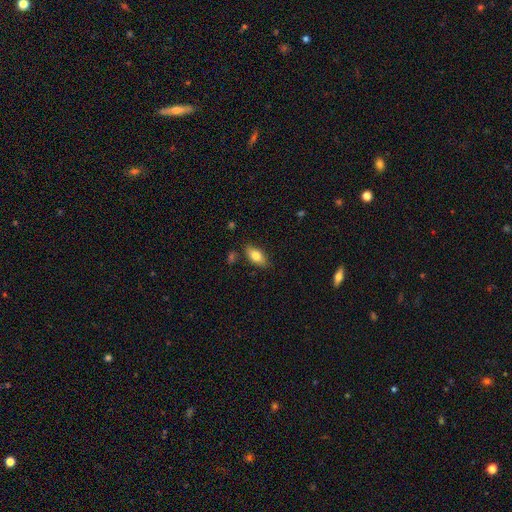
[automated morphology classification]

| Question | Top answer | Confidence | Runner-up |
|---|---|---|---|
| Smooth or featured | smooth | 77% | featured or disk (16%) |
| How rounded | in between | 88% | cigar-shaped (9%) |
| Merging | none | 82% | minor disturbance (13%) |